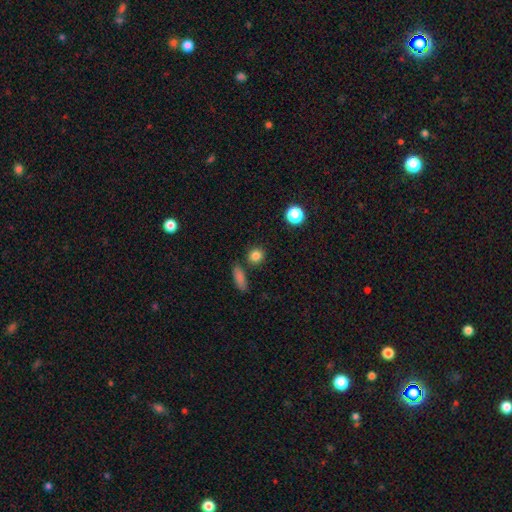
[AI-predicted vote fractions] Morphology: type=smooth (84%); roundness=round (83%); merging=none (83%).